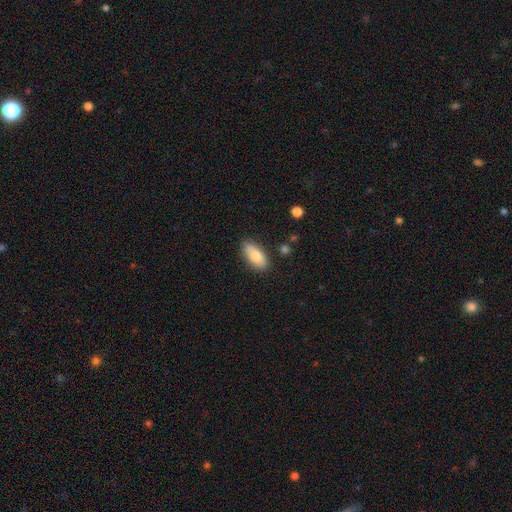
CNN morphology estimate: Smooth or featured: smooth — 82% (featured or disk — 12%)
How rounded: in between — 85% (cigar-shaped — 13%)
Merging: none — 81% (minor disturbance — 14%)